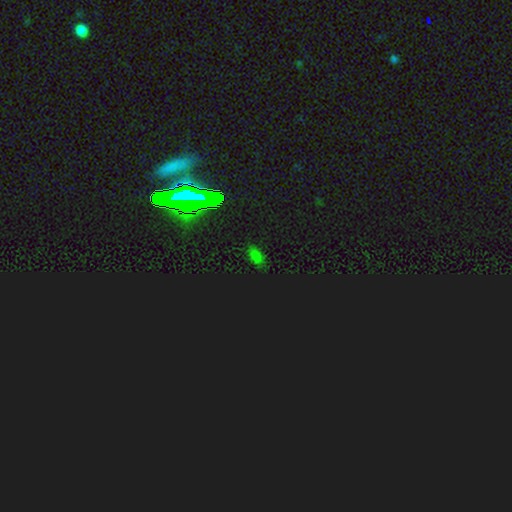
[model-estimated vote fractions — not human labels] This is possibly a smooth galaxy (49%). Merging: clearly none (83%).